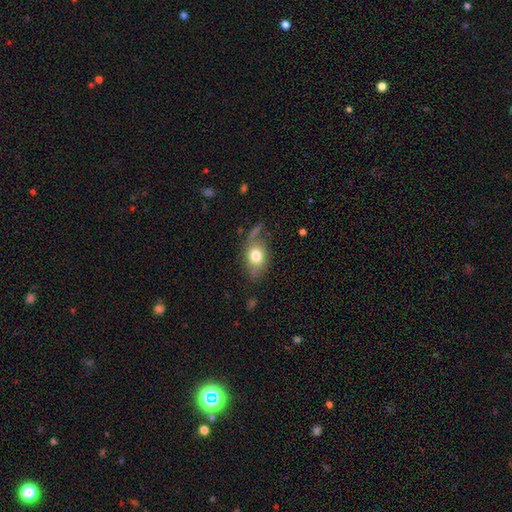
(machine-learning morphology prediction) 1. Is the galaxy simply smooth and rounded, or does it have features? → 75% smooth, 16% featured or disk, 9% star or artifact.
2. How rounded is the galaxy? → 74% in between, 23% round, 2% cigar-shaped.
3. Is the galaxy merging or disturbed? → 65% none, 21% minor disturbance, 8% major disturbance, 6% merger.